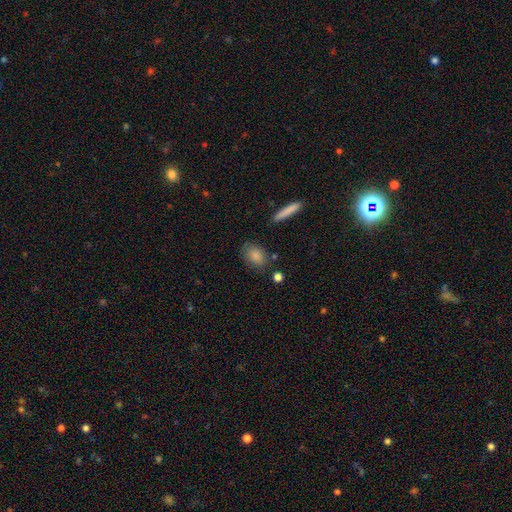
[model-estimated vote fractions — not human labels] A smooth galaxy with no disk features (85%) that is in between round and cigar-shaped (75%).

Vote fractions:
- Smooth or featured? smooth: 85% / star or artifact: 8% / featured or disk: 7%
- How rounded? in between: 75% / round: 21% / cigar-shaped: 4%
- Merging? none: 77% / minor disturbance: 14% / merger: 4% / major disturbance: 4%